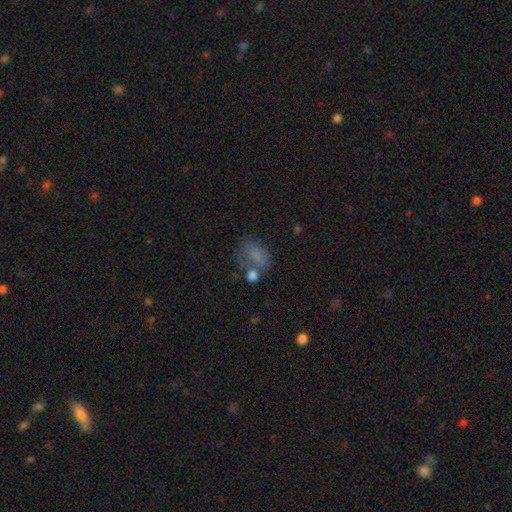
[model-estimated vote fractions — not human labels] smooth 67%, featured or disk 17%, star or artifact 16%. Down the decision tree: how rounded — in between (77%); merging — none (42%).